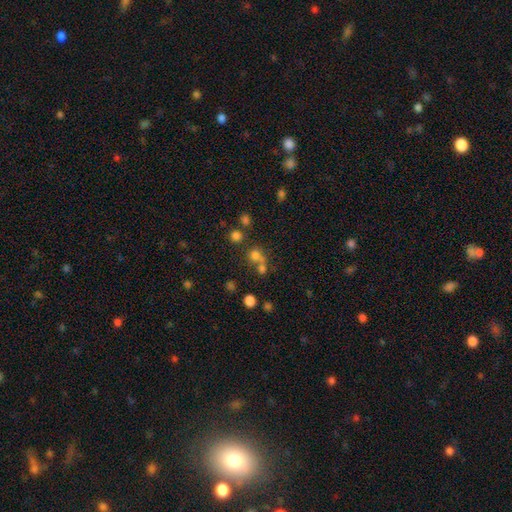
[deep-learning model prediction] Smooth or featured: smooth — 68% (star or artifact — 20%)
How rounded: round — 85% (in between — 14%)
Merging: none — 48% (merger — 40%)